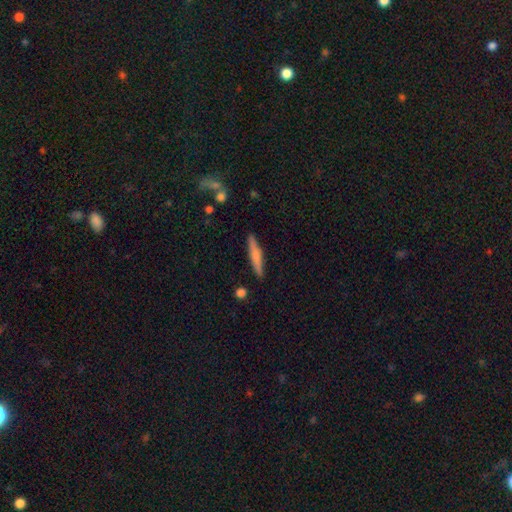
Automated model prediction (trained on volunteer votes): smooth 61%, featured or disk 33%, star or artifact 6%. Down the decision tree: how rounded — cigar-shaped (92%); merging — none (89%).